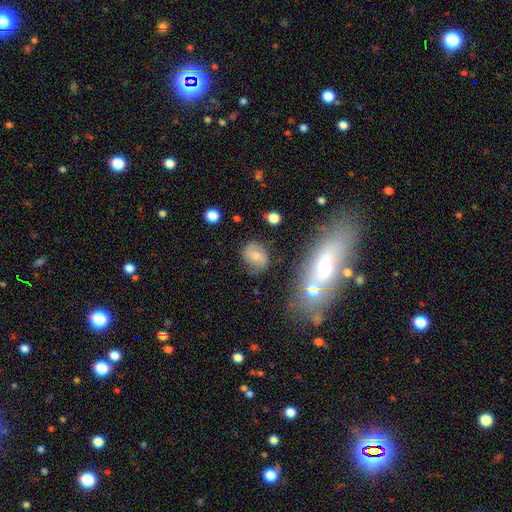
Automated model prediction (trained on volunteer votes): The model was most divided on "how rounded": in between: 50%, round: 48%, cigar-shaped: 2%. More confident: merging — none (69%); smooth or featured — smooth (55%).